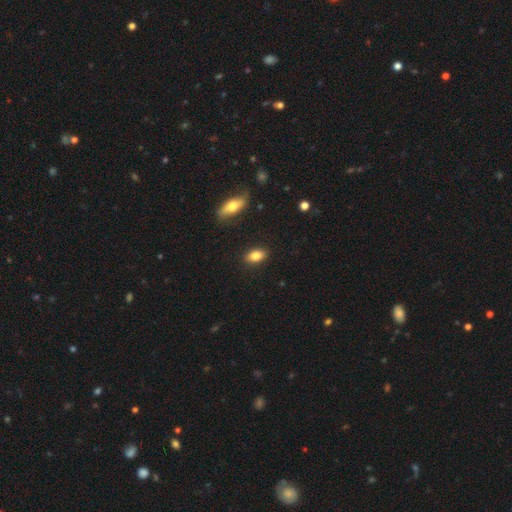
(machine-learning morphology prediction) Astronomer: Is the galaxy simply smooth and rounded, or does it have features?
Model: smooth — 82%.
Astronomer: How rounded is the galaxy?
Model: in between — 87%.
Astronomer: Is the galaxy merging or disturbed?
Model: none — 89%.